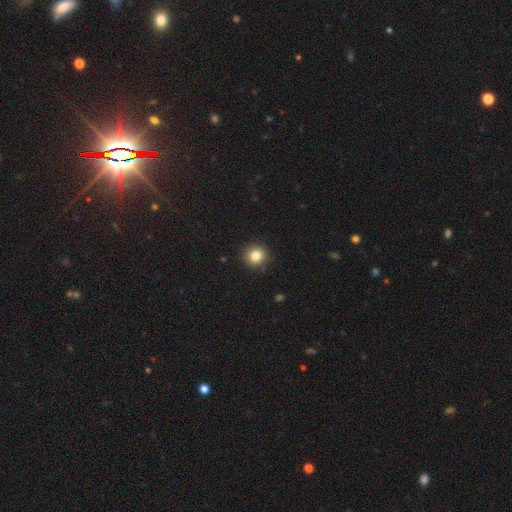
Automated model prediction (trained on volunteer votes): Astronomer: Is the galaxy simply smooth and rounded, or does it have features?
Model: smooth — 83%.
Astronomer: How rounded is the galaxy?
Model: round — 92%.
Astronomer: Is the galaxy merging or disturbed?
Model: none — 90%.